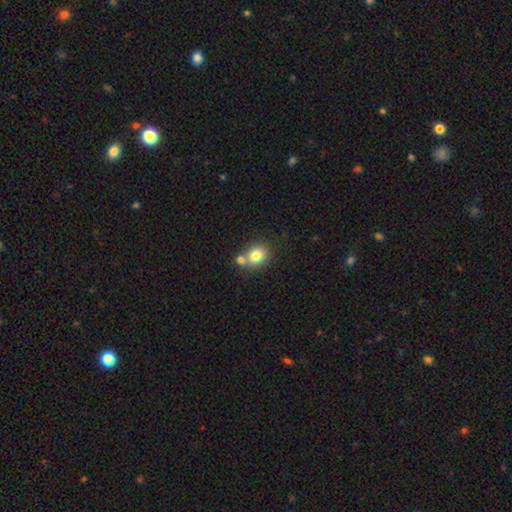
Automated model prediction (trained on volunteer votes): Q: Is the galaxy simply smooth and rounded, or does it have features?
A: smooth — 79%.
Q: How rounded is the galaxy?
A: round — 66%.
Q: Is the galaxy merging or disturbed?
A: none — 52%.